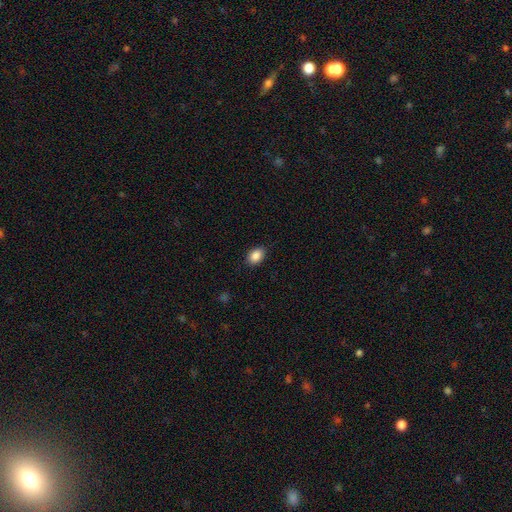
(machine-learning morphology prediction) This appears to be a smooth galaxy with no disk features (88%) that is in between round and cigar-shaped (77%). Merging: none (87%).